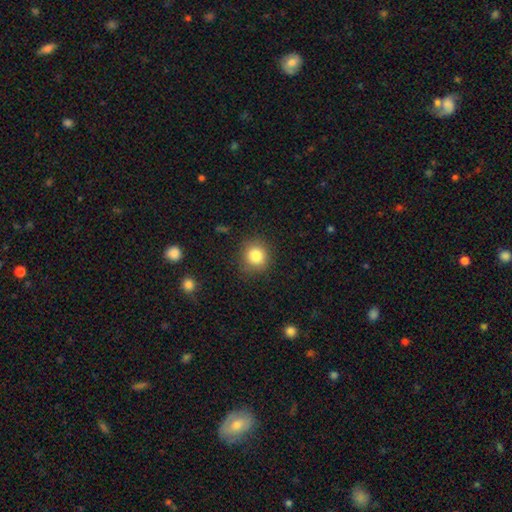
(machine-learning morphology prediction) Smooth or featured: smooth — 84% (star or artifact — 10%)
How rounded: round — 86% (in between — 13%)
Merging: none — 86% (minor disturbance — 10%)